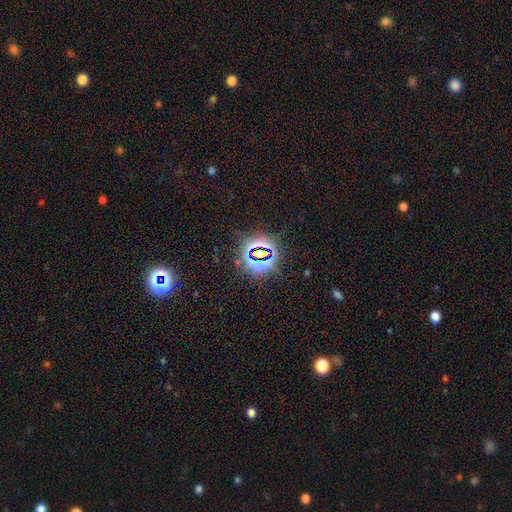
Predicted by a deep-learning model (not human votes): Smooth or featured? star or artifact (78%)